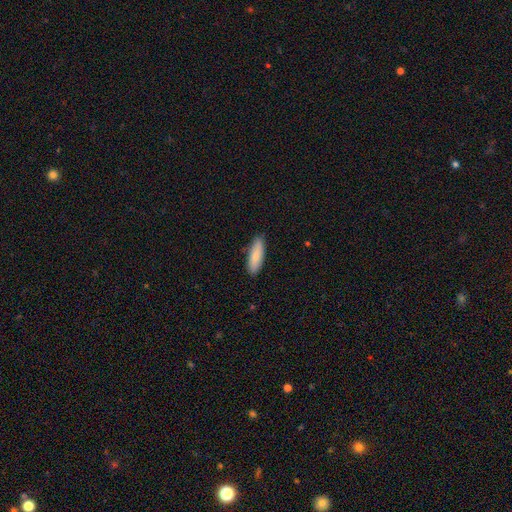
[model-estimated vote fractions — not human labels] Smooth or featured?
  - smooth: 84% *
  - featured or disk: 10%
  - star or artifact: 6%
How rounded?
  - cigar-shaped: 50% *
  - in between: 49%
  - round: 2%
Merging?
  - none: 86% *
  - minor disturbance: 11%
  - major disturbance: 2%
  - merger: 1%